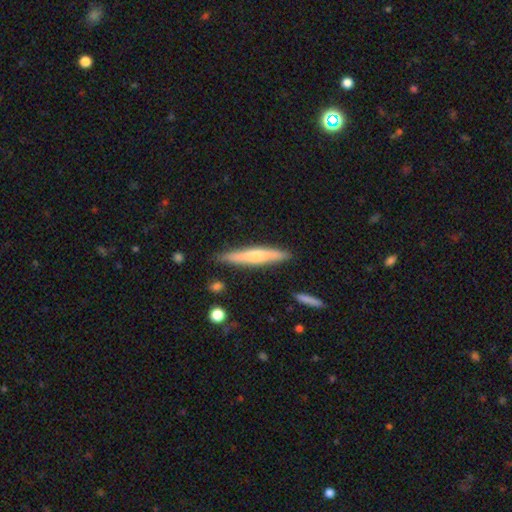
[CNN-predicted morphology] Overall: smooth (56%; featured or disk 39%). How rounded: cigar-shaped (92%). Merging: none (86%).